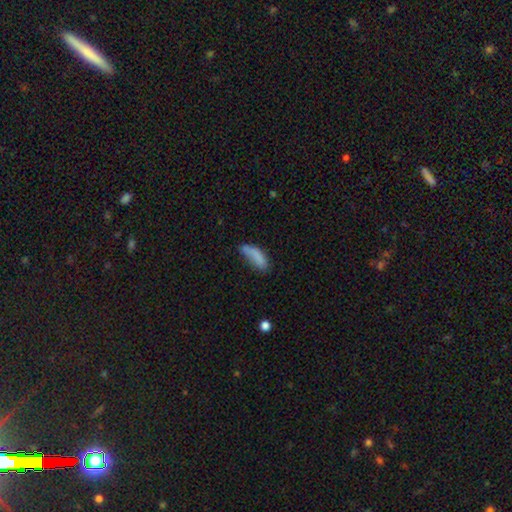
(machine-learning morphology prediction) Smooth or featured?
  - smooth: 79% *
  - featured or disk: 12%
  - star or artifact: 8%
How rounded?
  - in between: 60% *
  - cigar-shaped: 38%
  - round: 2%
Merging?
  - none: 43% *
  - minor disturbance: 33%
  - major disturbance: 16%
  - merger: 7%